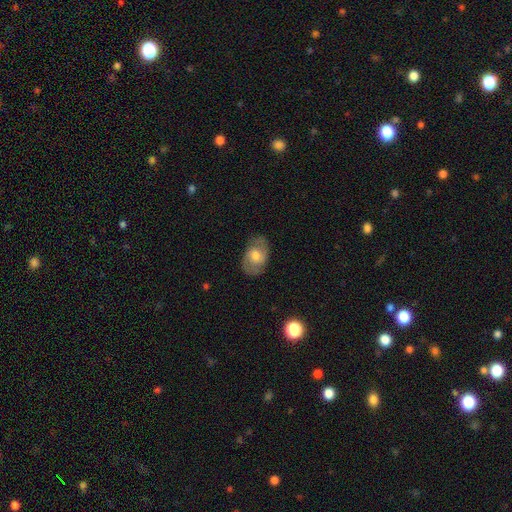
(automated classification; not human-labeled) Overall: featured or disk (54%; smooth 39%). Edge-on disk: no (95%). Bar: no (64%; weak 31%). Spiral arms: yes (75%). Bulge size: moderate (69%). Merging: none (76%).